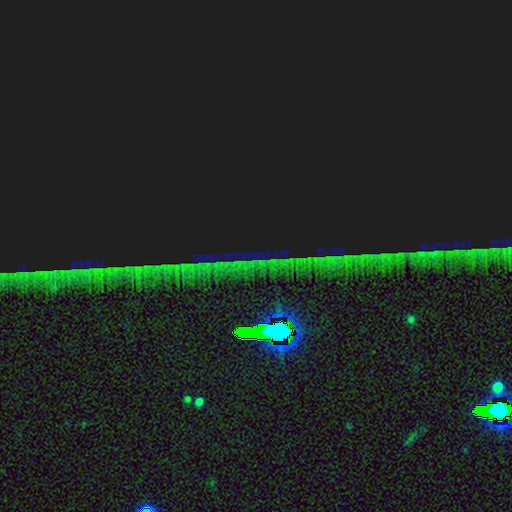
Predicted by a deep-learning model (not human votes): smooth-or-featured: star or artifact: 87% | featured or disk: 7% | smooth: 6%